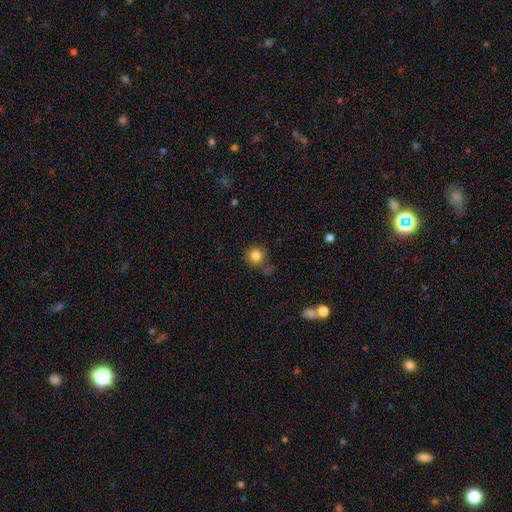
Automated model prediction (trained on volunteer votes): A smooth galaxy with no disk features (83%) that is round (92%).

Vote fractions:
- Smooth or featured? smooth: 83% / star or artifact: 11% / featured or disk: 6%
- How rounded? round: 92% / in between: 7% / cigar-shaped: 1%
- Merging? none: 77% / minor disturbance: 12% / merger: 7% / major disturbance: 4%